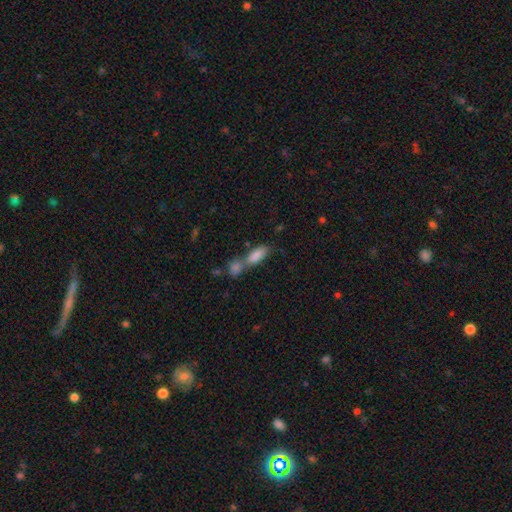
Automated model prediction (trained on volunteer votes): Smooth or featured?
  - smooth: 83% *
  - star or artifact: 9%
  - featured or disk: 8%
How rounded?
  - in between: 76% *
  - cigar-shaped: 21%
  - round: 4%
Merging?
  - merger: 54% *
  - none: 33%
  - minor disturbance: 8%
  - major disturbance: 4%